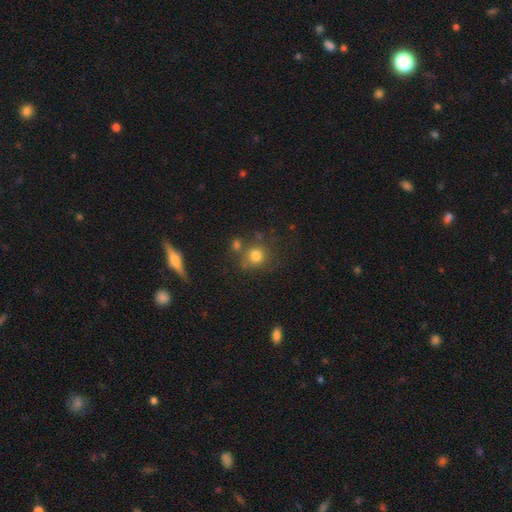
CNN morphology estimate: smooth 78%, star or artifact 13%, featured or disk 9%. Down the decision tree: how rounded — round (88%); merging — none (67%).